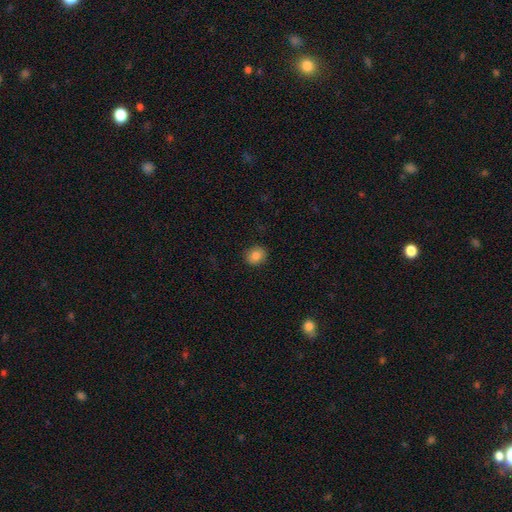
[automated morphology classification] A smooth galaxy with no disk features (83%) that is round (75%). Merging: none (89%).